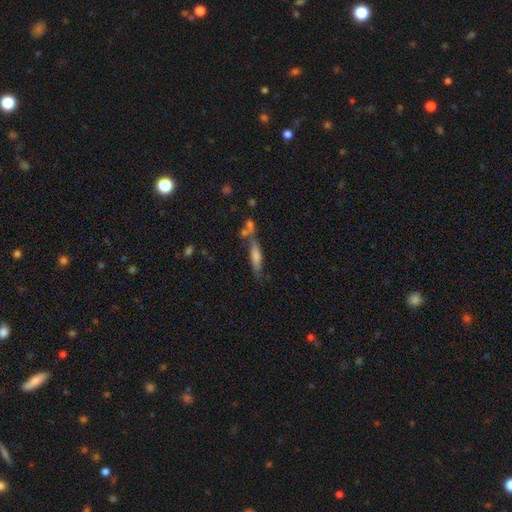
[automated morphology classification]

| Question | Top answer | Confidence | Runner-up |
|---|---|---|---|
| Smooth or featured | smooth | 45% | featured or disk (44%) |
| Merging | none | 56% | merger (19%) |